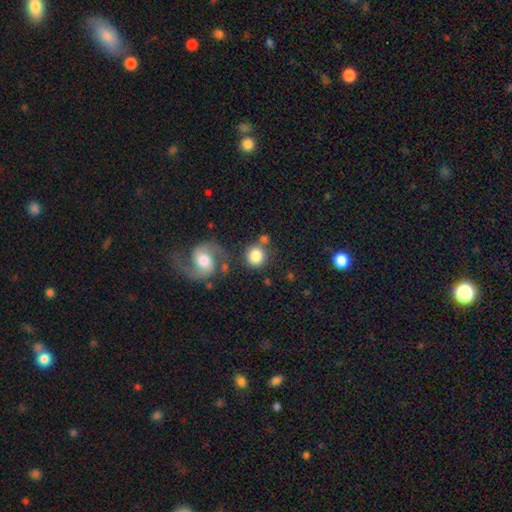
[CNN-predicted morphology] Q: Smooth or featured?
A: smooth (79%); runner-up: featured or disk (14%)
Q: How rounded?
A: round (90%); runner-up: in between (9%)
Q: Merging?
A: none (69%); runner-up: merger (15%)